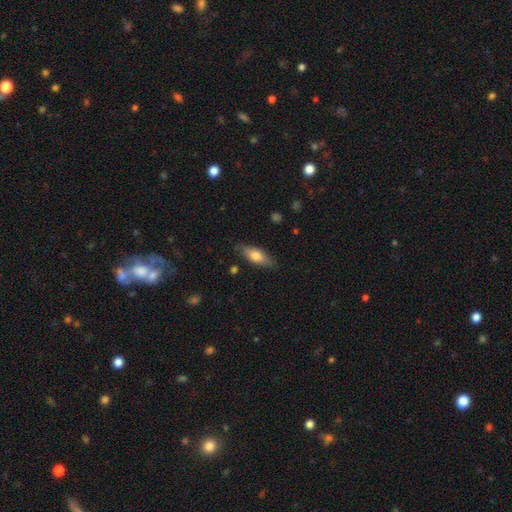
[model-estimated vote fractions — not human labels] Smooth or featured: smooth — 68% (featured or disk — 26%)
How rounded: in between — 65% (cigar-shaped — 33%)
Merging: none — 83% (minor disturbance — 13%)